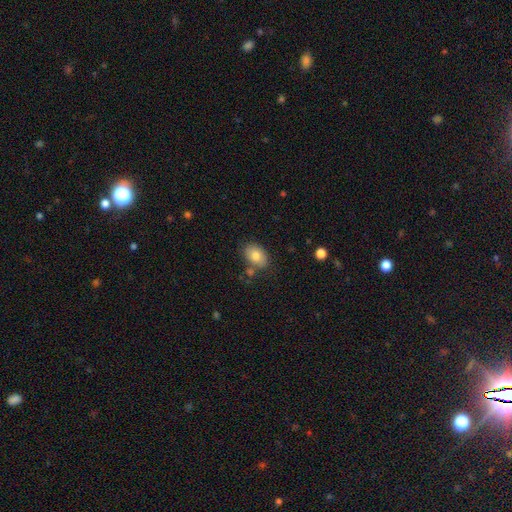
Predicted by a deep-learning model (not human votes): Smooth or featured? Predicted: smooth (p=0.81). How rounded? Predicted: in between (p=0.82). Merging? Predicted: none (p=0.74).